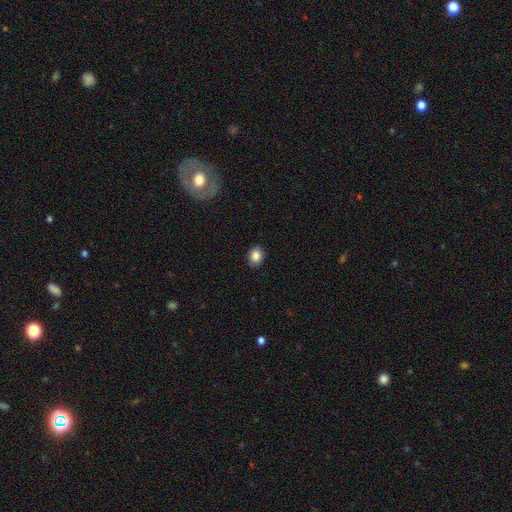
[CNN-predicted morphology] The model was most divided on "how rounded": in between: 54%, round: 45%, cigar-shaped: 1%. More confident: merging — none (89%); smooth or featured — smooth (86%).